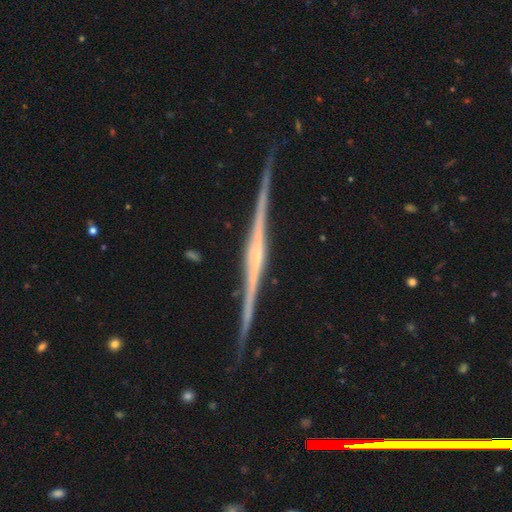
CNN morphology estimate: A featured or disk galaxy (88%) viewed edge-on (99%) with a rounded central bulge (43%).

Vote fractions:
- Smooth or featured? featured or disk: 88% / smooth: 7% / star or artifact: 5%
- Edge-on disk? yes: 99% / no: 1%
- Edge-on bulge? rounded: 43% / none: 34% / boxy: 23%
- Merging? none: 90% / minor disturbance: 7% / major disturbance: 1% / merger: 1%